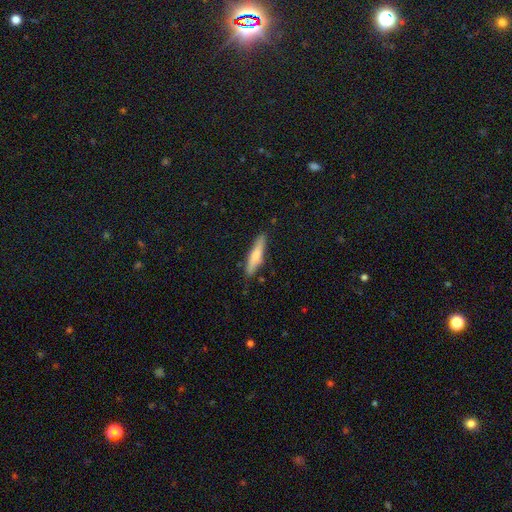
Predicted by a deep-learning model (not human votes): Smooth or featured? Predicted: smooth (p=0.66). How rounded? Predicted: cigar-shaped (p=0.82). Merging? Predicted: none (p=0.82).